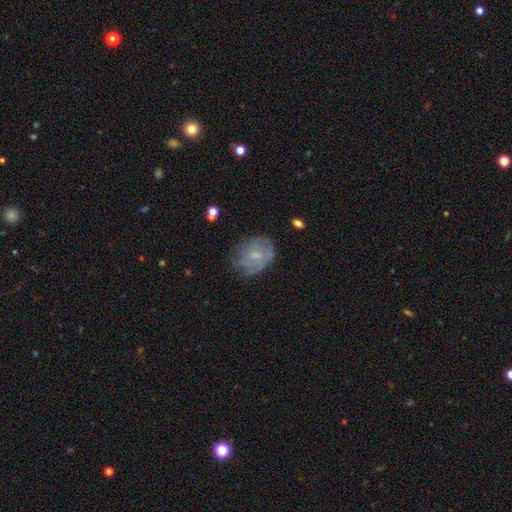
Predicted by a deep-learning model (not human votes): Overall: featured or disk (49%; smooth 42%). Merging: none (60%; minor disturbance 26%).